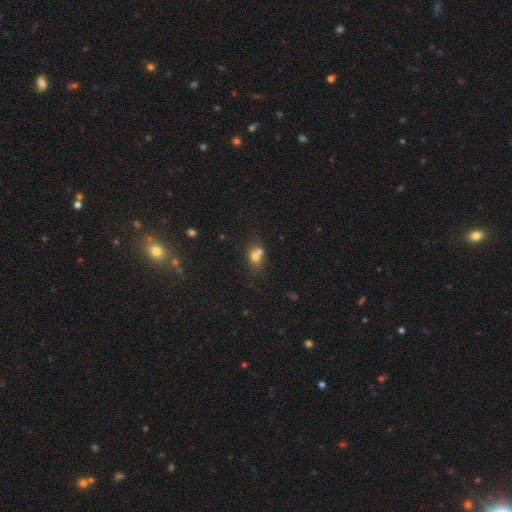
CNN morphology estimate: This is likely a smooth galaxy (68%). How rounded: possibly round (56%). Merging: possibly merger (47%).